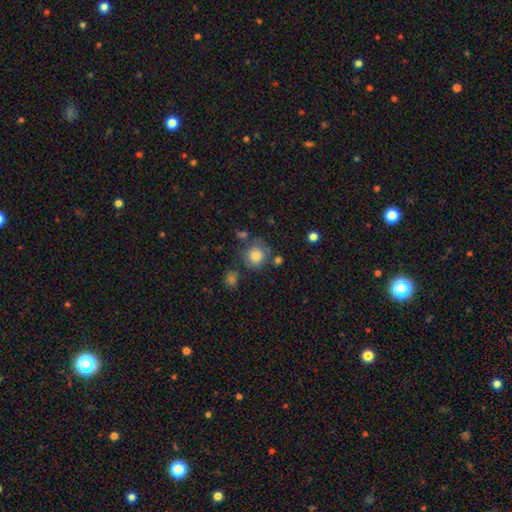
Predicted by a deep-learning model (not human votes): Smooth or featured? smooth (80%)
How rounded? round (83%)
Merging? none (63%)